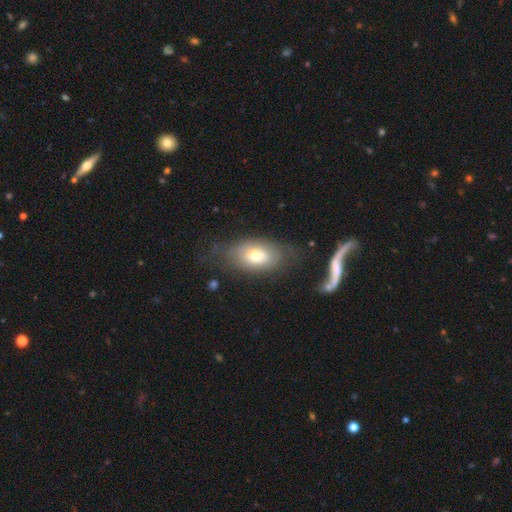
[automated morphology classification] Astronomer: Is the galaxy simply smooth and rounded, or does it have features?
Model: smooth — 68%.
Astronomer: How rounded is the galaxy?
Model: in between — 87%.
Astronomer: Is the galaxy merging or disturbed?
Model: none — 58%.